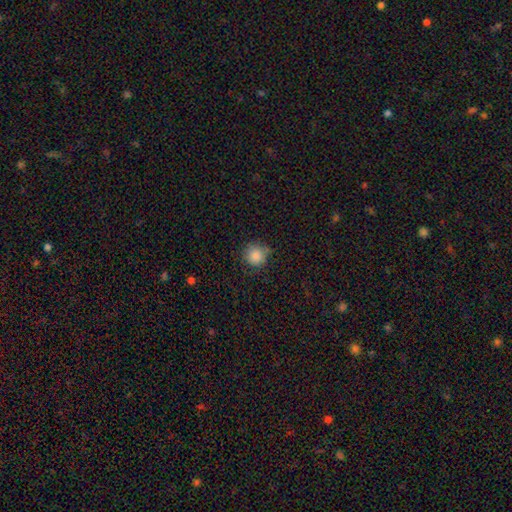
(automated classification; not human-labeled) A smooth galaxy with no disk features (86%) that is round (93%). Merging: none (81%).